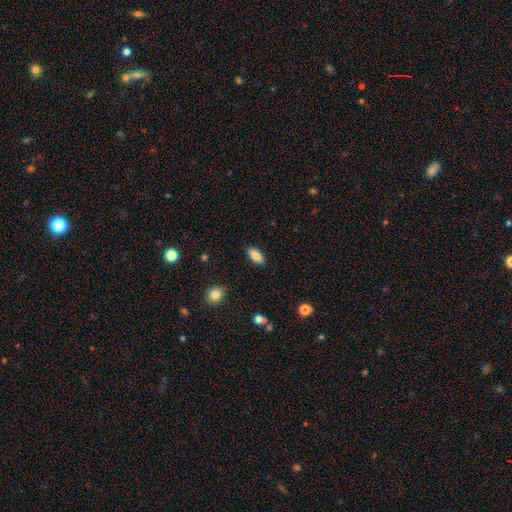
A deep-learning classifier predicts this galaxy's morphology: This appears to be a smooth galaxy with no disk features (84%) that is in between round and cigar-shaped (89%). Merging: none (88%).